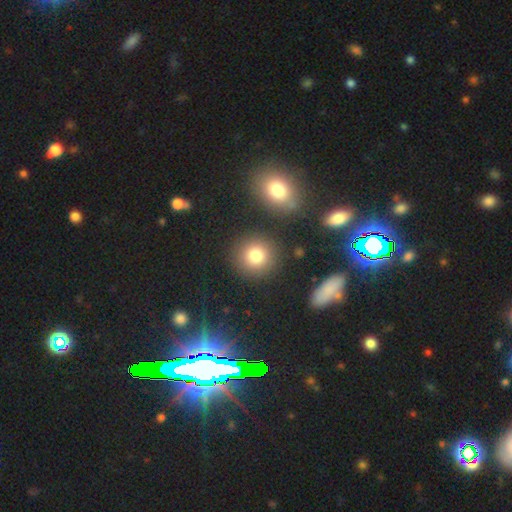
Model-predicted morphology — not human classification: Smooth or featured? smooth (81%)
How rounded? round (91%)
Merging? none (85%)